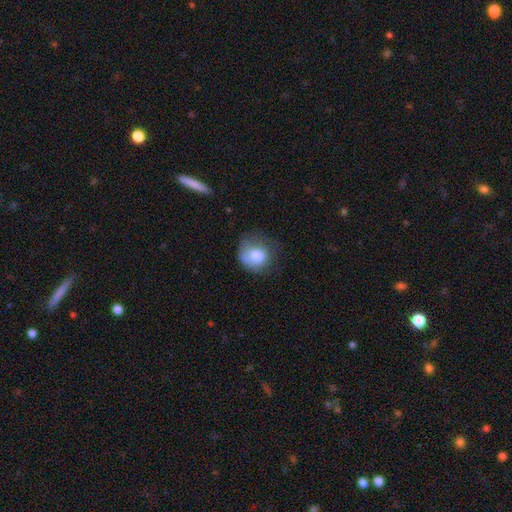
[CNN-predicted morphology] A smooth galaxy with no disk features (73%) that is round (75%). Merging: none (45%).